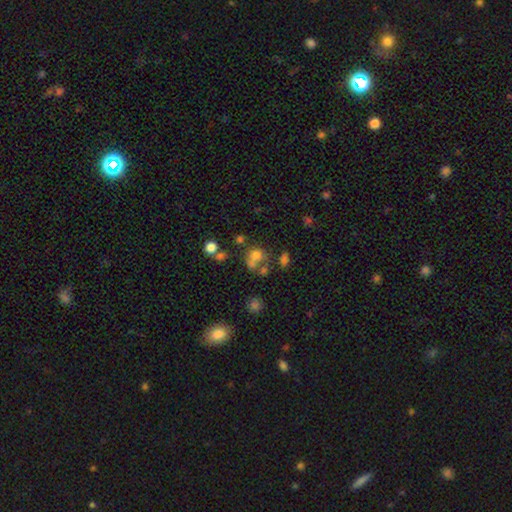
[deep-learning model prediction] Smooth or featured? smooth (66%)
How rounded? round (73%)
Merging? none (40%)